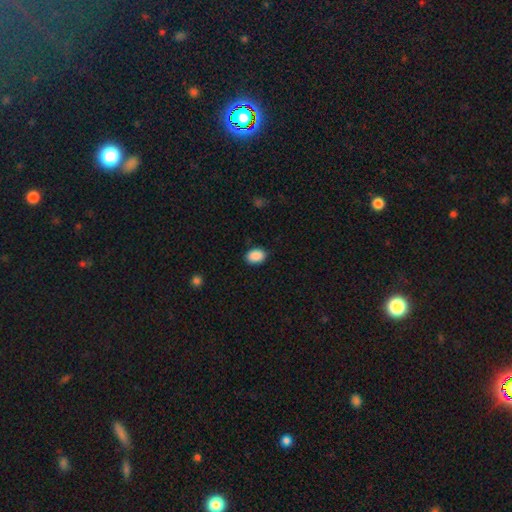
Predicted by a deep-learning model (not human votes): The model was most divided on "how rounded": in between: 79%, round: 20%, cigar-shaped: 1%. More confident: smooth or featured — smooth (90%); merging — none (87%).